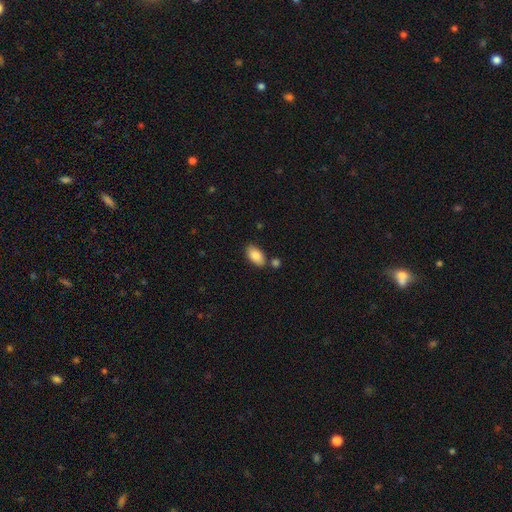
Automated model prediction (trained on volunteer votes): The model was most divided on "merging": none: 74%, minor disturbance: 13%, merger: 10%, major disturbance: 3%. More confident: how rounded — in between (94%); smooth or featured — smooth (88%).